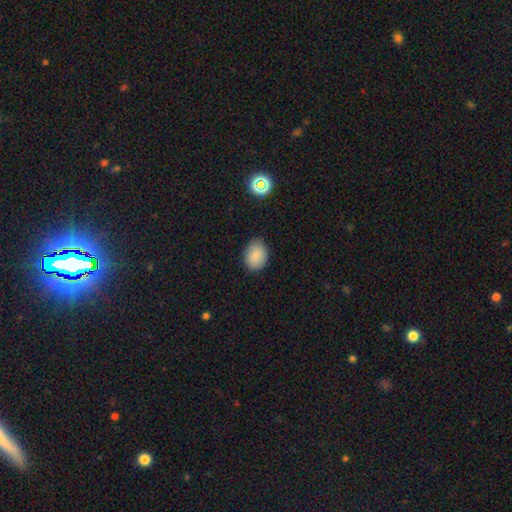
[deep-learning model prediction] smooth-or-featured: smooth: 86% | star or artifact: 9% | featured or disk: 6%
  how-rounded: in between: 68% | round: 31% | cigar-shaped: 1%
  merging: none: 84% | minor disturbance: 12% | major disturbance: 3% | merger: 1%